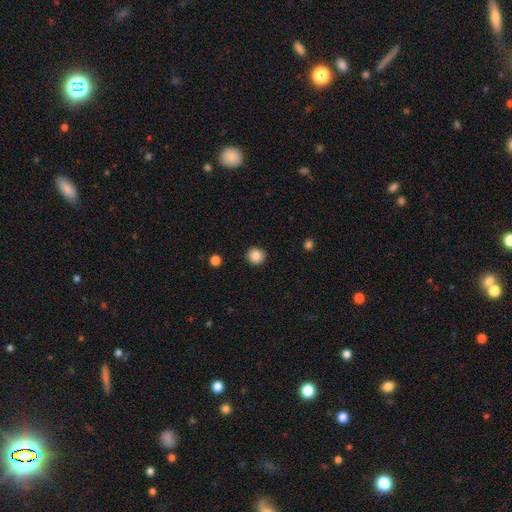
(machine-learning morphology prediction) smooth-or-featured: smooth: 87% | star or artifact: 10% | featured or disk: 3%
  how-rounded: round: 91% | in between: 8% | cigar-shaped: 1%
  merging: none: 91% | minor disturbance: 6% | major disturbance: 2% | merger: 1%